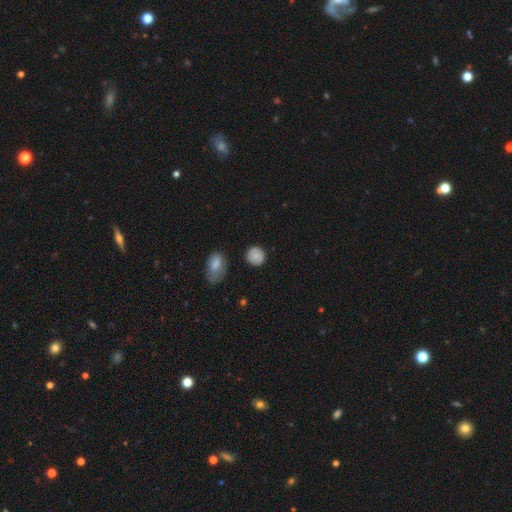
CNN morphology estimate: Overall: smooth (81%). How rounded: round (86%). Merging: none (83%).